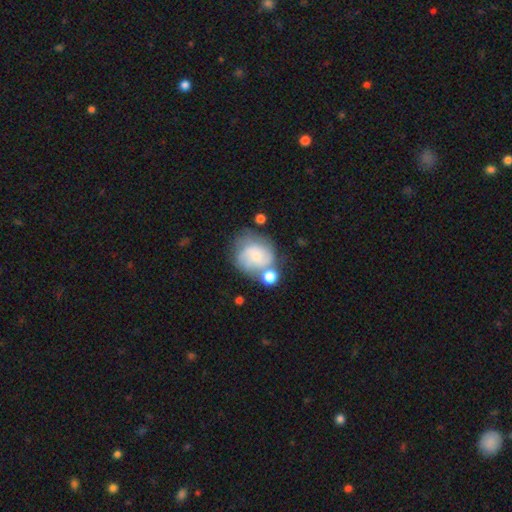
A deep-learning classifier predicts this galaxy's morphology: smooth_or_featured: featured or disk (p=0.55) [alt: smooth p=0.36]
disk_edge_on: no (p=0.98) [alt: yes p=0.02]
bar: no (p=0.72) [alt: weak p=0.24]
has_spiral_arms: yes (p=0.83) [alt: no p=0.17]
bulge_size: small (p=0.54) [alt: none p=0.20]
merging: none (p=0.48) [alt: minor disturbance p=0.20]